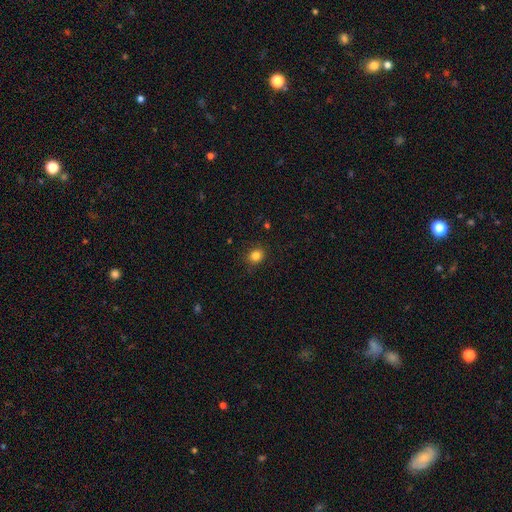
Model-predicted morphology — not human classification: Smooth or featured? Predicted: smooth (p=0.83). How rounded? Predicted: round (p=0.73). Merging? Predicted: none (p=0.88).